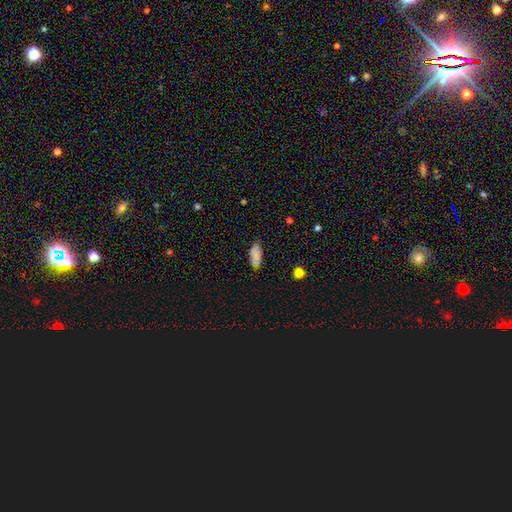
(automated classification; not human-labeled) Q: Smooth or featured?
A: smooth (76%); runner-up: featured or disk (16%)
Q: How rounded?
A: in between (84%); runner-up: cigar-shaped (13%)
Q: Merging?
A: none (66%); runner-up: minor disturbance (22%)